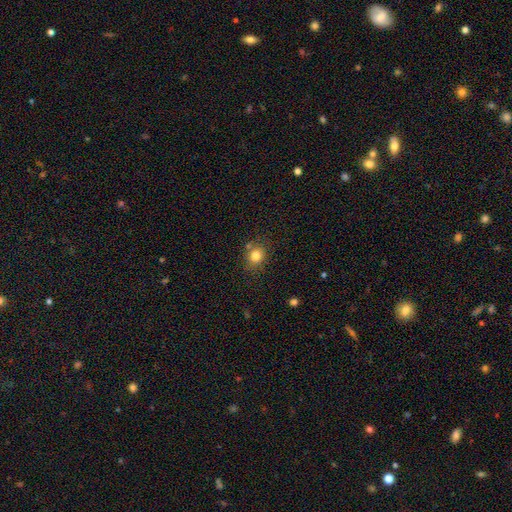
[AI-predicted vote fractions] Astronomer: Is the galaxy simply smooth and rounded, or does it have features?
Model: smooth — 81%.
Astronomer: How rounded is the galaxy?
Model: round — 69%.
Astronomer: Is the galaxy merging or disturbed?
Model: none — 75%.